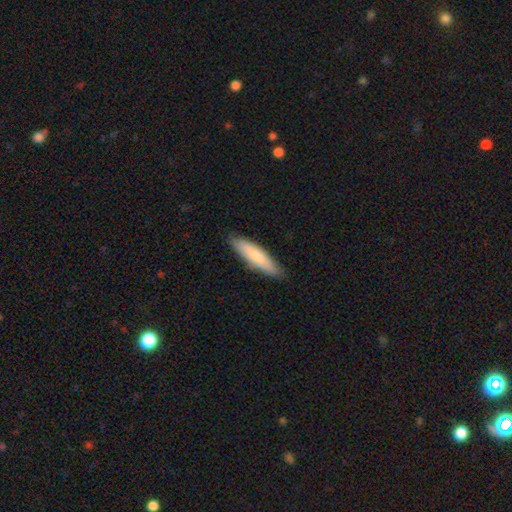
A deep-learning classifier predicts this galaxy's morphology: A smooth galaxy with no disk features (79%) that is cigar-shaped (75%).

Vote fractions:
- Smooth or featured? smooth: 79% / featured or disk: 15% / star or artifact: 5%
- How rounded? cigar-shaped: 75% / in between: 24% / round: 1%
- Merging? none: 86% / minor disturbance: 11% / major disturbance: 2% / merger: 1%